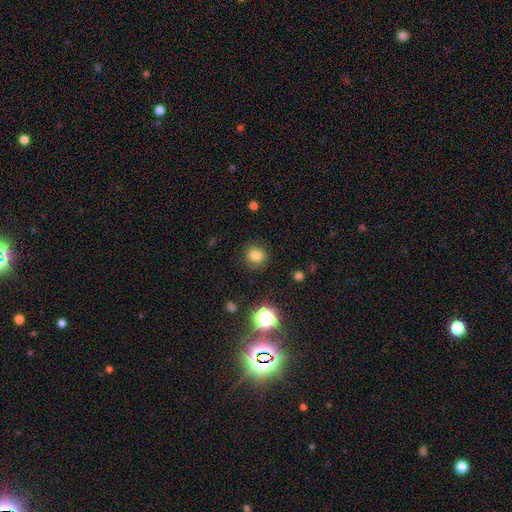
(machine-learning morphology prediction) A smooth galaxy with no disk features (80%) that is round (87%). Merging: none (88%).